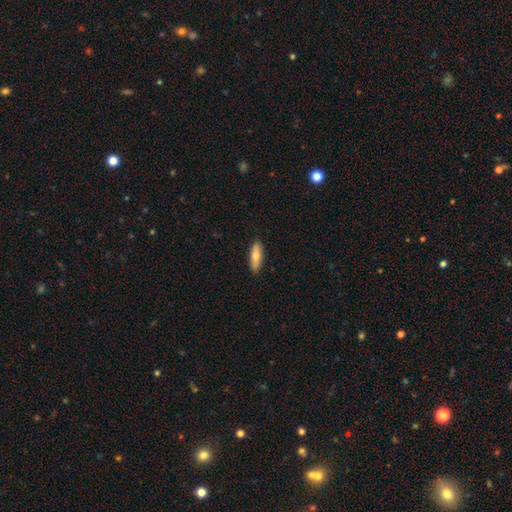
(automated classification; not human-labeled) A smooth galaxy with no disk features (75%) that is in between round and cigar-shaped (51%).

Vote fractions:
- Smooth or featured? smooth: 75% / featured or disk: 20% / star or artifact: 6%
- How rounded? in between: 51% / cigar-shaped: 46% / round: 2%
- Merging? none: 89% / minor disturbance: 8% / major disturbance: 2% / merger: 1%